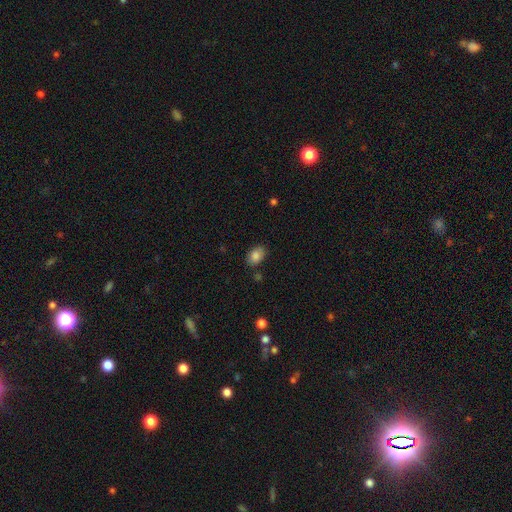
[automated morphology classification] smooth-or-featured: smooth: 85% | star or artifact: 9% | featured or disk: 6%
  how-rounded: in between: 80% | round: 19% | cigar-shaped: 1%
  merging: none: 79% | minor disturbance: 15% | major disturbance: 3% | merger: 3%